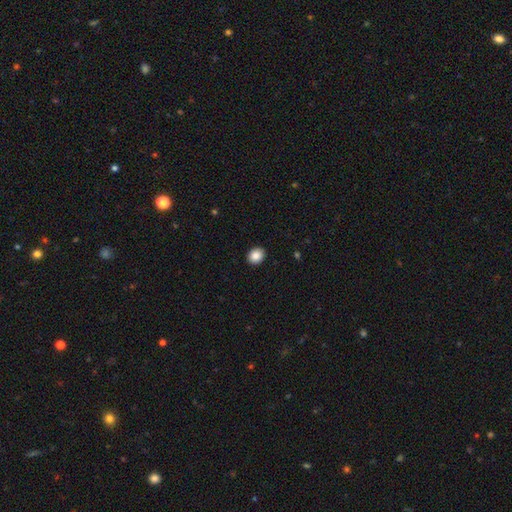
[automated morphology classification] smooth-or-featured: smooth: 88% | star or artifact: 8% | featured or disk: 3%
  how-rounded: round: 60% | in between: 40% | cigar-shaped: 1%
  merging: none: 92% | minor disturbance: 5% | major disturbance: 2% | merger: 1%